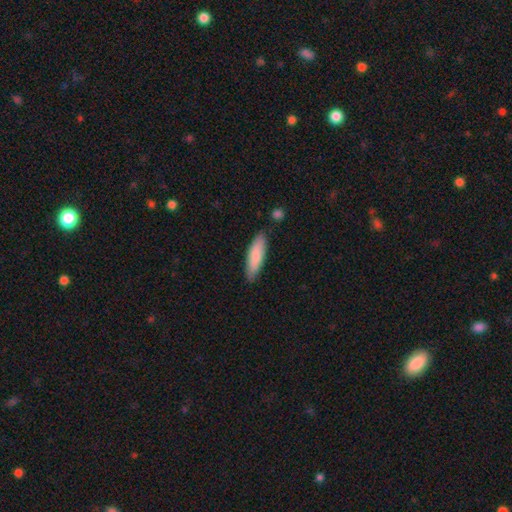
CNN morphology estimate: Smooth or featured? Predicted: smooth (p=0.81). How rounded? Predicted: cigar-shaped (p=0.60). Merging? Predicted: none (p=0.83).